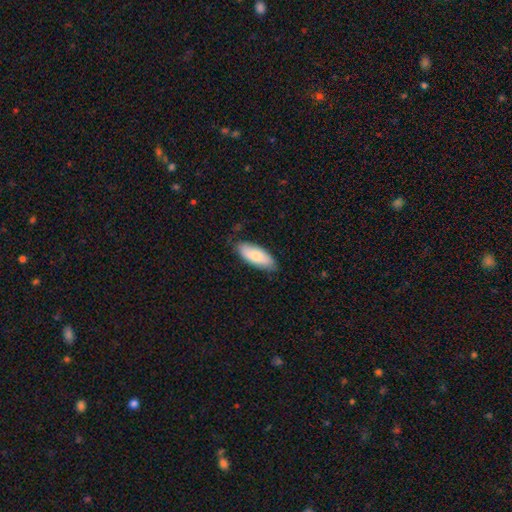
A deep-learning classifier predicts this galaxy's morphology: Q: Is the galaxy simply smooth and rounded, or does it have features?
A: smooth — 76%.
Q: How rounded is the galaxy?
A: in between — 80%.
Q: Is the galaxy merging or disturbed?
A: none — 76%.